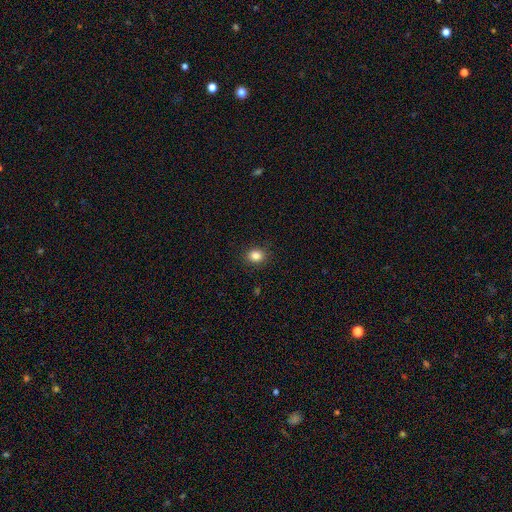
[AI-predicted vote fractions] Q: Smooth or featured?
A: smooth (84%); runner-up: star or artifact (11%)
Q: How rounded?
A: round (63%); runner-up: in between (36%)
Q: Merging?
A: none (90%); runner-up: minor disturbance (7%)